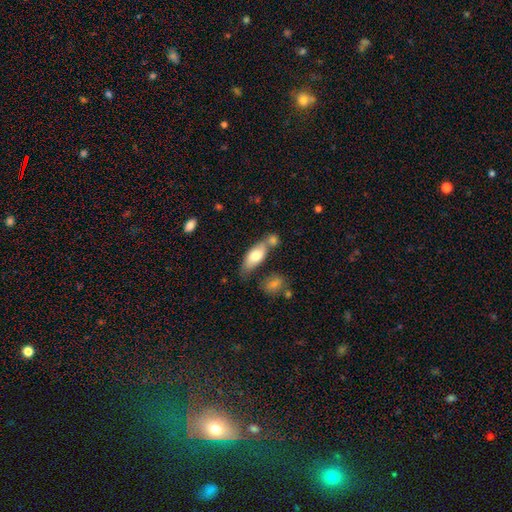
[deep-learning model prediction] Smooth or featured: smooth — 73% (featured or disk — 21%)
How rounded: in between — 80% (cigar-shaped — 17%)
Merging: none — 47% (merger — 29%)